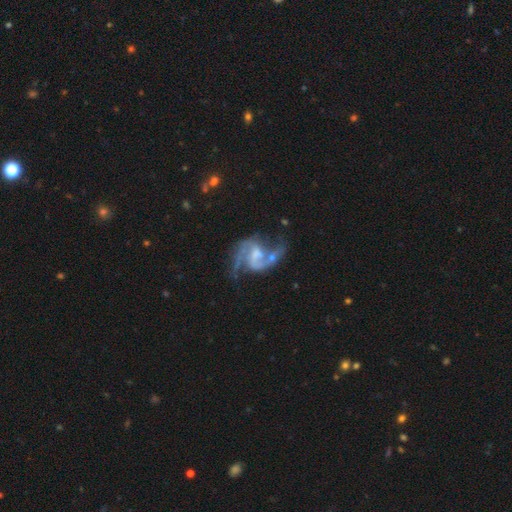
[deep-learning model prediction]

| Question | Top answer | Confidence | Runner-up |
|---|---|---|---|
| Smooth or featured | featured or disk | 88% | smooth (6%) |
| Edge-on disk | no | 98% | yes (2%) |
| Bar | weak | 51% | no (36%) |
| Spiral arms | yes | 95% | no (5%) |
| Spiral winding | medium | 47% | loose (42%) |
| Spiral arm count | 2 | 84% | can't tell (5%) |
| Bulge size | moderate | 31% | tied: small (31%) |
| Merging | none | 45% | major disturbance (24%) |